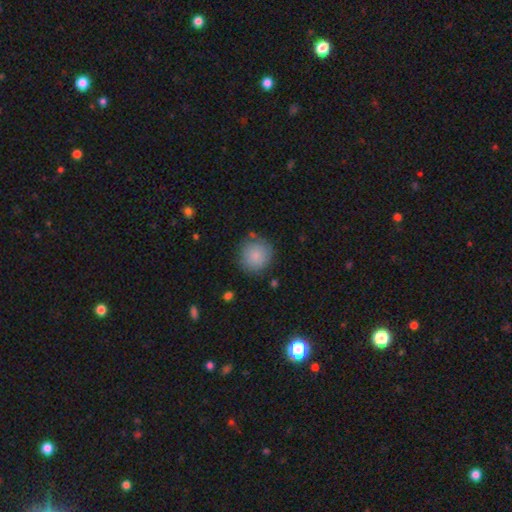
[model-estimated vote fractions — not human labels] The model was most divided on "merging": none: 79%, minor disturbance: 14%, major disturbance: 4%, merger: 3%. More confident: how rounded — round (92%); smooth or featured — smooth (84%).